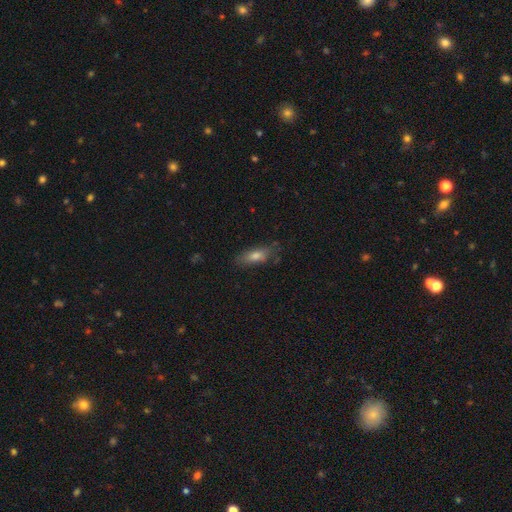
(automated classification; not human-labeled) smooth 66%, featured or disk 23%, star or artifact 10%. Down the decision tree: how rounded — in between (60%); merging — none (70%).